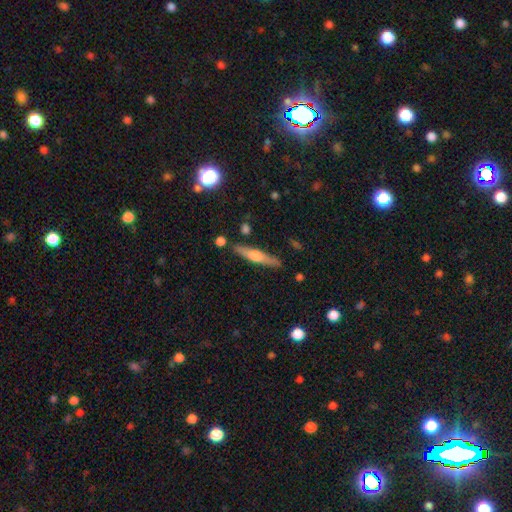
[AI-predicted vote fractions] This is possibly a featured or disk galaxy (58%). It is clearly viewed edge-on (95%). Edge-on bulge: clearly rounded (89%). Merging: clearly none (85%).